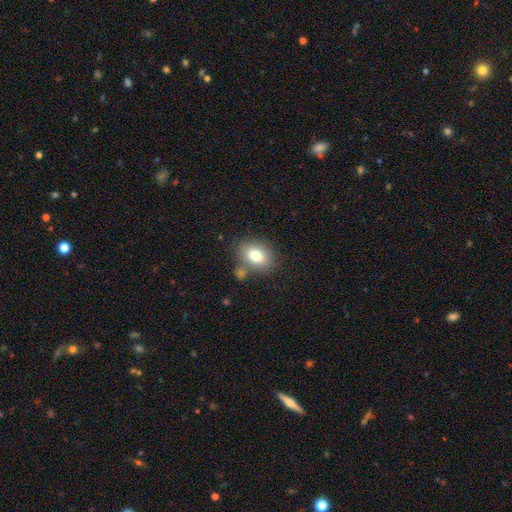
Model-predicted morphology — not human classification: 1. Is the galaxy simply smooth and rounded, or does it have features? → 78% smooth, 13% featured or disk, 9% star or artifact.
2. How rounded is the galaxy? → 70% in between, 29% round, 1% cigar-shaped.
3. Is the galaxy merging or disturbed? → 70% none, 14% minor disturbance, 13% merger, 4% major disturbance.